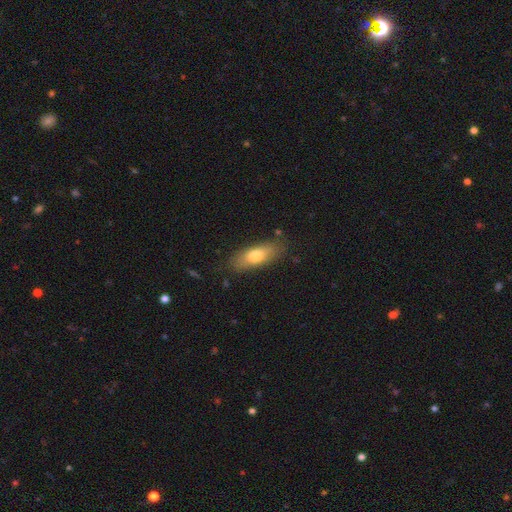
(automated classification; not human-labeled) This appears to be a smooth galaxy with no disk features (72%) that is in between round and cigar-shaped (68%). Merging: none (79%).